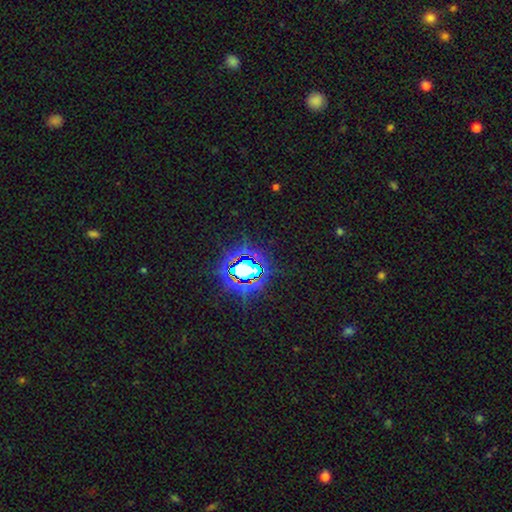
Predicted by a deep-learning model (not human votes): smooth-or-featured: star or artifact: 79% | smooth: 13% | featured or disk: 8%